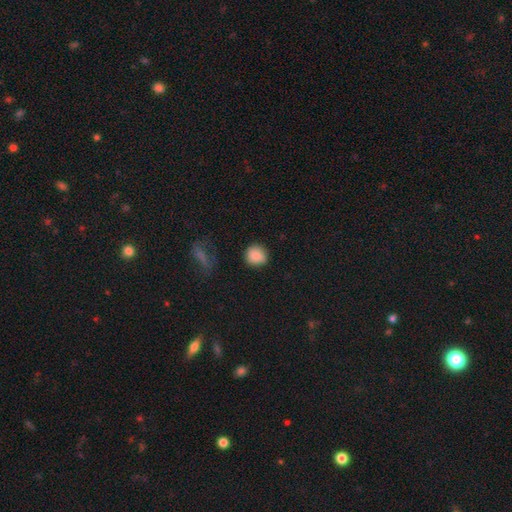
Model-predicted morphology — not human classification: A smooth galaxy with no disk features (86%) that is round (88%). Merging: none (84%).